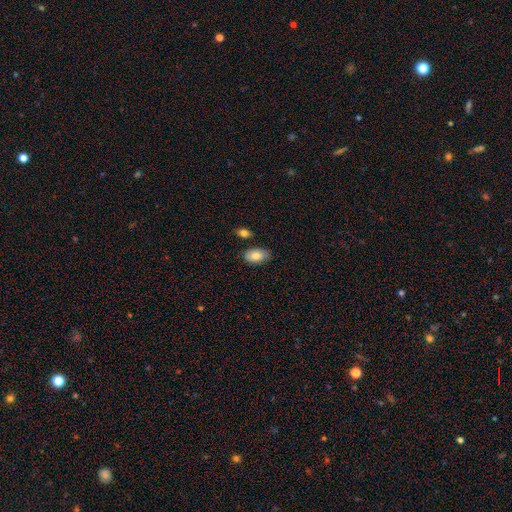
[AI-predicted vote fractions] smooth_or_featured: smooth (p=0.78) [alt: featured or disk p=0.15]
how_rounded: in between (p=0.93) [alt: round p=0.06]
merging: none (p=0.78) [alt: minor disturbance p=0.14]